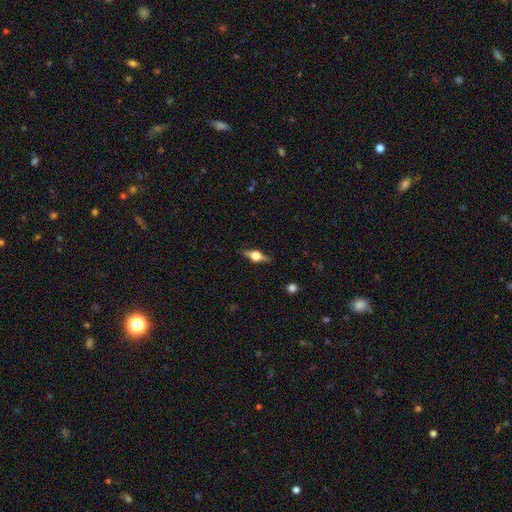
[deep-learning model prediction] featured or disk 73%, smooth 19%, star or artifact 7%. Down the decision tree: edge-on disk — yes (97%); edge-on bulge — rounded (94%); merging — none (87%).